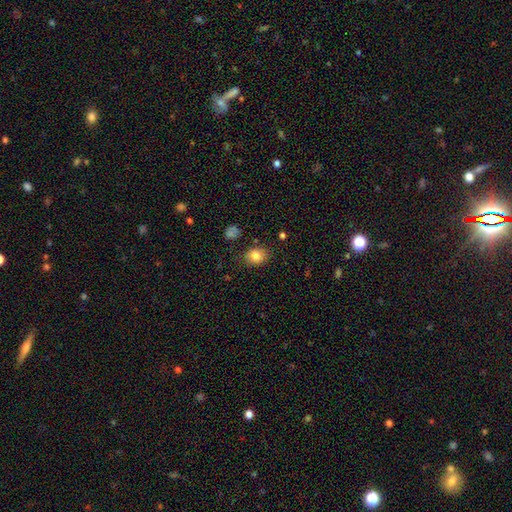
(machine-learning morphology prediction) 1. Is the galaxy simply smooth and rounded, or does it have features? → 82% smooth, 9% star or artifact, 8% featured or disk.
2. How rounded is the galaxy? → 58% in between, 41% round, 1% cigar-shaped.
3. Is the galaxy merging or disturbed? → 81% none, 13% minor disturbance, 3% major disturbance, 2% merger.